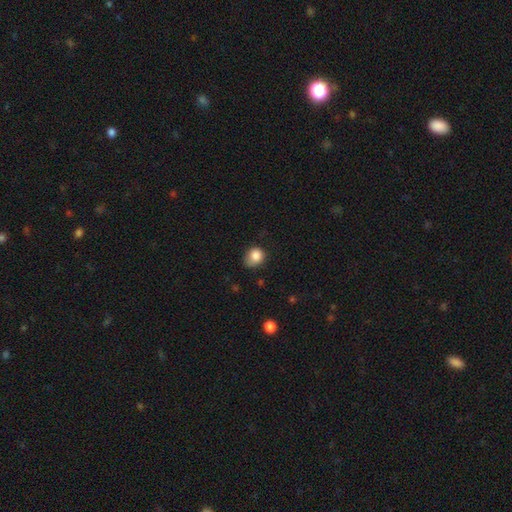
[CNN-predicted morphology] The model was most divided on "merging": none: 49%, minor disturbance: 38%, major disturbance: 11%, merger: 2%. More confident: smooth or featured — smooth (84%); how rounded — round (65%).